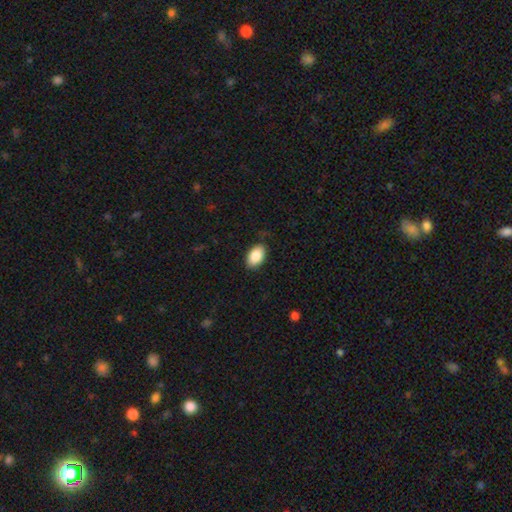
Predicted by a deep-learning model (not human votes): Smooth or featured: smooth — 87% (star or artifact — 7%)
How rounded: in between — 92% (round — 7%)
Merging: none — 83% (minor disturbance — 14%)